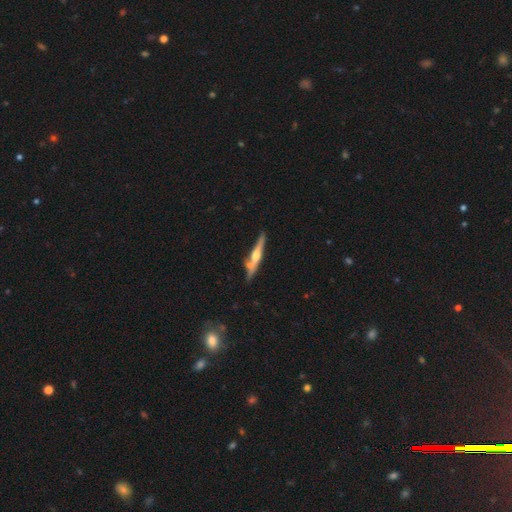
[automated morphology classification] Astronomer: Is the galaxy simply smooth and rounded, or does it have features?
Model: featured or disk — 69%.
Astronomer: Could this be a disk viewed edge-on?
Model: yes — 95%.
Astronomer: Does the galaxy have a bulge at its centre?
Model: rounded — 85%.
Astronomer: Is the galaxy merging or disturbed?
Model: none — 69%.